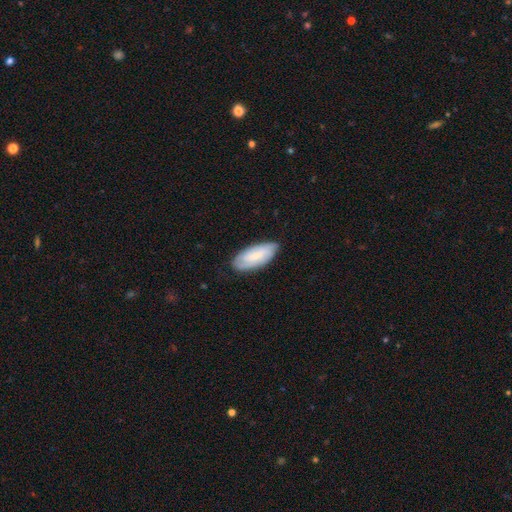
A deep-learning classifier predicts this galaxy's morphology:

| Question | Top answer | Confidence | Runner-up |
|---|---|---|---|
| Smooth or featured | smooth | 54% | featured or disk (39%) |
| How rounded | in between | 82% | cigar-shaped (16%) |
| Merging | none | 79% | minor disturbance (16%) |